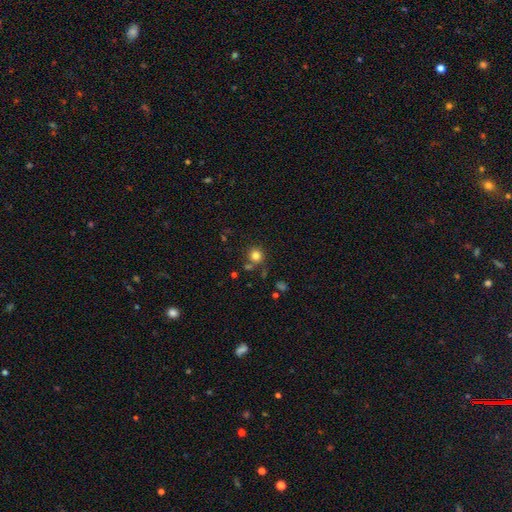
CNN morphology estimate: Smooth or featured? smooth (81%)
How rounded? round (92%)
Merging? none (77%)